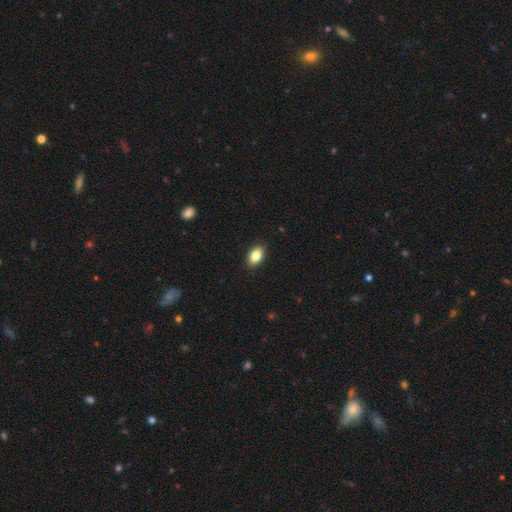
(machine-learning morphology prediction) A smooth galaxy with no disk features (85%) that is in between round and cigar-shaped (89%).

Vote fractions:
- Smooth or featured? smooth: 85% / star or artifact: 8% / featured or disk: 7%
- How rounded? in between: 89% / round: 9% / cigar-shaped: 2%
- Merging? none: 90% / minor disturbance: 8% / major disturbance: 2% / merger: 1%